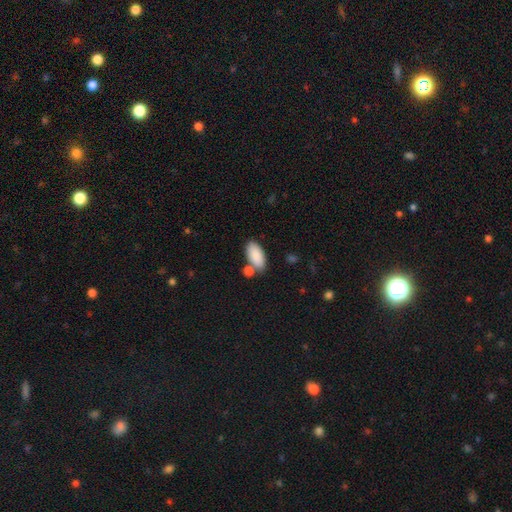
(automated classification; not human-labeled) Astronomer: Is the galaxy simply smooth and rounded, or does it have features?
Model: smooth — 88%.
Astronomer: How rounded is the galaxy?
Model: in between — 92%.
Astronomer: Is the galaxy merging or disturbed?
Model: none — 69%.